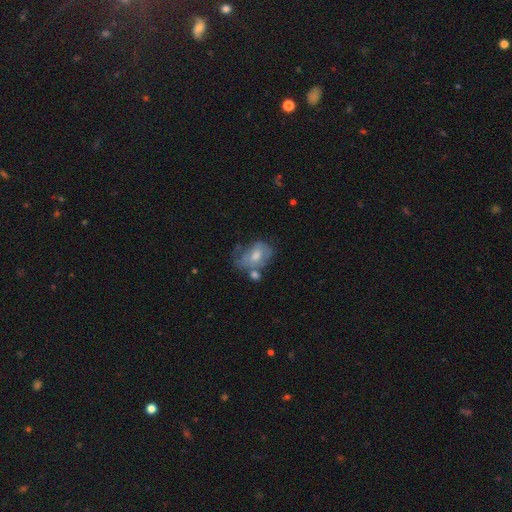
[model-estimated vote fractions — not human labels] Q: Smooth or featured?
A: featured or disk (49%); runner-up: smooth (39%)
Q: Merging?
A: none (43%); runner-up: minor disturbance (25%)